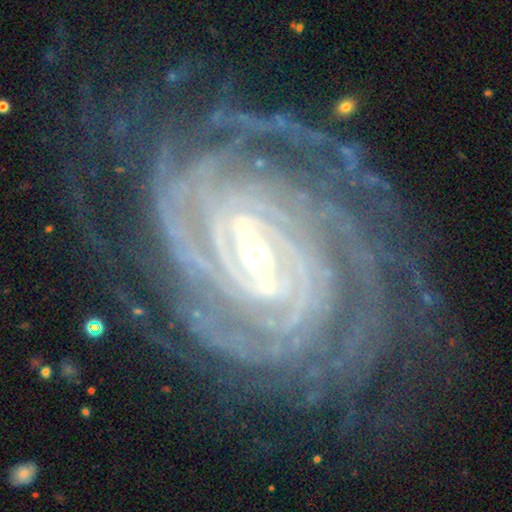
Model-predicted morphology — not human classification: featured or disk 92%, star or artifact 5%, smooth 3%. Down the decision tree: edge-on disk — no (97%); bar — strong (53%); spiral arms — yes (98%); spiral arm count — 4 (26%); spiral winding — tight (83%); bulge size — small (56%); merging — none (75%).